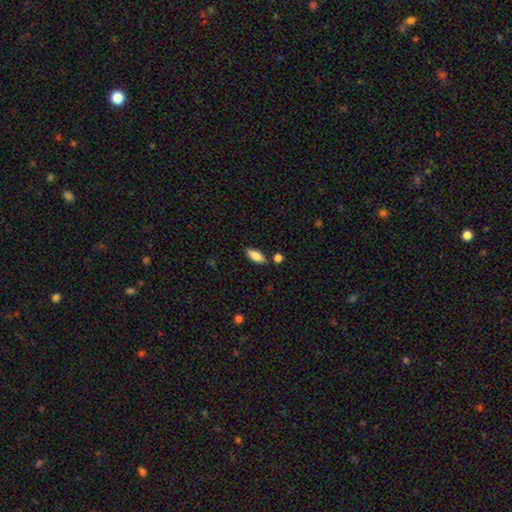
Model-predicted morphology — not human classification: Smooth or featured? smooth (85%)
How rounded? in between (75%)
Merging? none (82%)